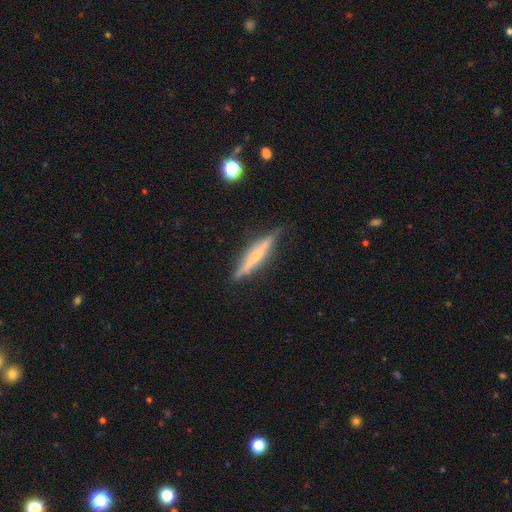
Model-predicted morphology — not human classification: Smooth or featured? Predicted: featured or disk (p=0.64). Edge-on disk? Predicted: yes (p=0.95). Edge-on bulge? Predicted: rounded (p=0.47). Merging? Predicted: none (p=0.83).